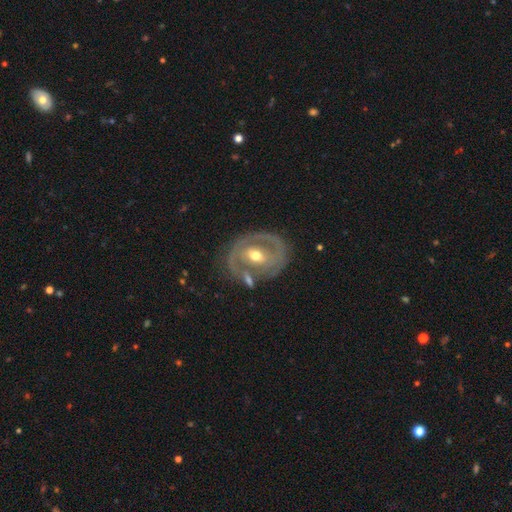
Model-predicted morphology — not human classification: The model was most divided on "bar": no: 44%, weak: 38%, strong: 18%. More confident: edge-on disk — no (95%); smooth or featured — featured or disk (74%); bulge size — moderate (73%); merging — none (63%); spiral arms — yes (56%).